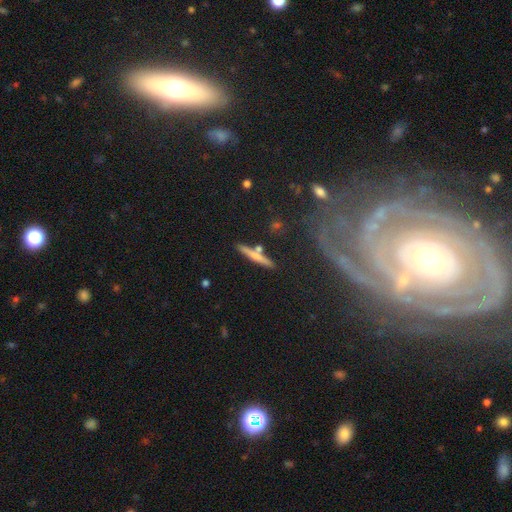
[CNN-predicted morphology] smooth_or_featured: smooth (p=0.57) [alt: featured or disk p=0.35]
how_rounded: cigar-shaped (p=0.92) [alt: in between p=0.05]
merging: none (p=0.79) [alt: merger p=0.09]